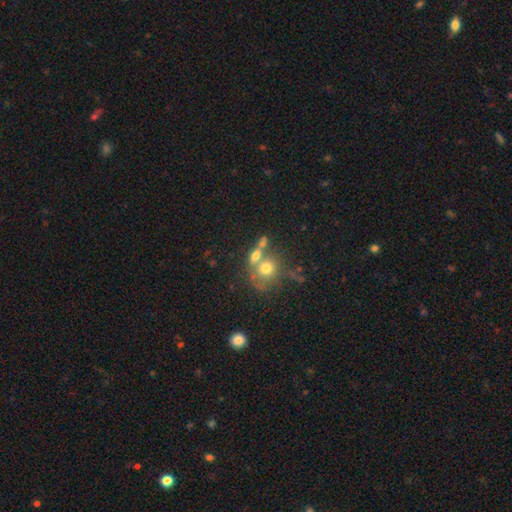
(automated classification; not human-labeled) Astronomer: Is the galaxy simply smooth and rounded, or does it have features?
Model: smooth — 62%.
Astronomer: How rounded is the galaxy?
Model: round — 51% (runner-up: in between, 42%).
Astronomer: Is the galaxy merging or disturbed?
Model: merger — 49% (runner-up: none, 34%).